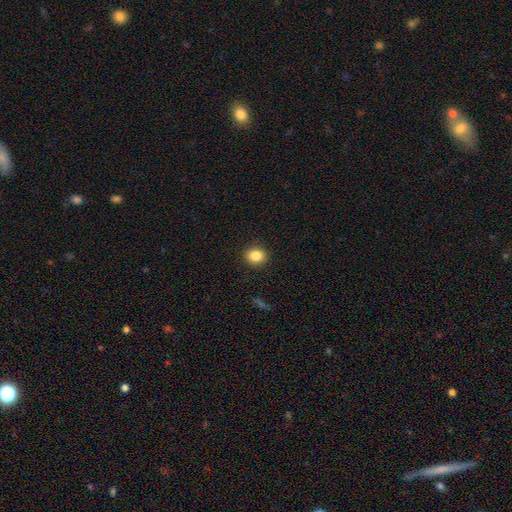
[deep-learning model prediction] This is clearly a smooth galaxy (86%). How rounded: possibly round (54%). Merging: clearly none (90%).